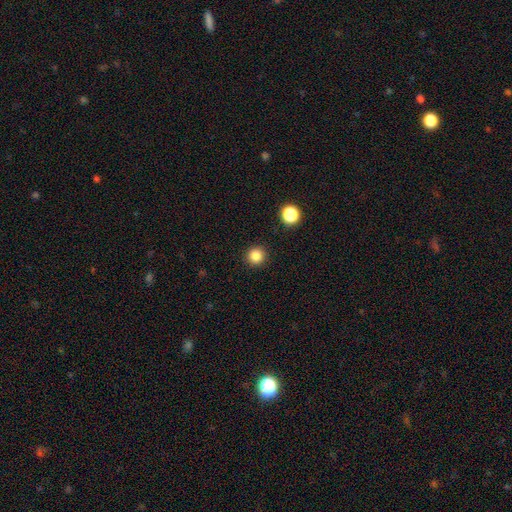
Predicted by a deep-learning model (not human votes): Smooth or featured? smooth (84%)
How rounded? round (95%)
Merging? none (93%)